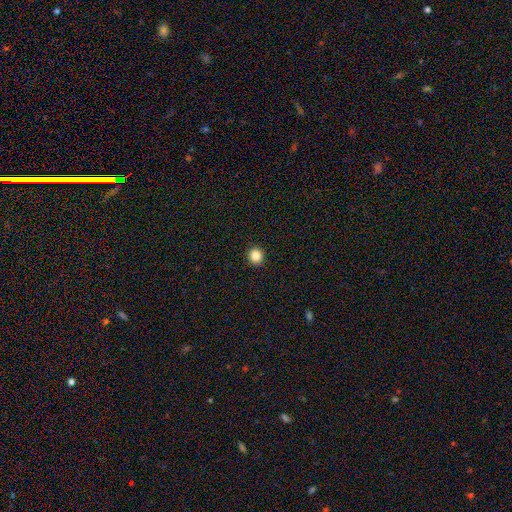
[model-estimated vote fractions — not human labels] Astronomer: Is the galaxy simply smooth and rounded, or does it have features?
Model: smooth — 86%.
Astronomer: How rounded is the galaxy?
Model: round — 91%.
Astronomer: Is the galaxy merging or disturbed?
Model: none — 94%.